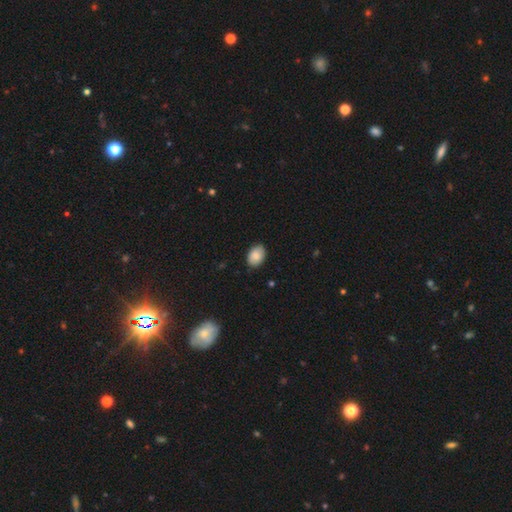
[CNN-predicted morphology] smooth 86%, featured or disk 7%, star or artifact 7%. Down the decision tree: how rounded — in between (80%); merging — none (85%).